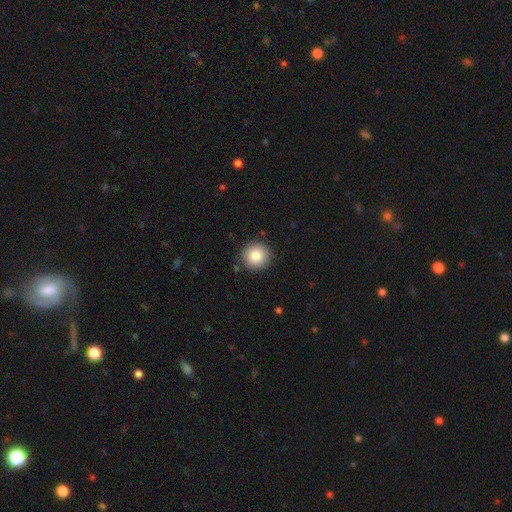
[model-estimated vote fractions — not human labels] This is clearly a smooth galaxy (85%). How rounded: clearly round (94%). Merging: clearly none (89%).